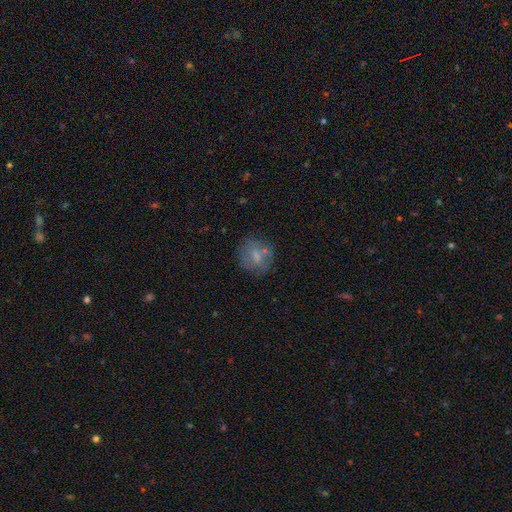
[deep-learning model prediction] smooth 63%, featured or disk 27%, star or artifact 10%. Down the decision tree: how rounded — round (81%); merging — none (66%).